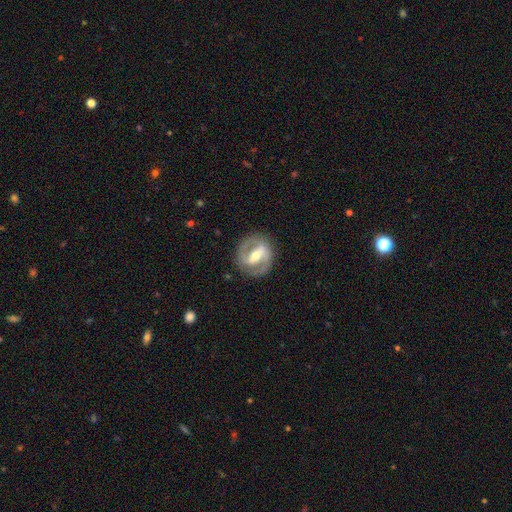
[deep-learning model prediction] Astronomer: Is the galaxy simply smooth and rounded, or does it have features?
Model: featured or disk — 84%.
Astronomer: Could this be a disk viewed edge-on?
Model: no — 96%.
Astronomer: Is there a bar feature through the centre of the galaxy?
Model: strong — 62%.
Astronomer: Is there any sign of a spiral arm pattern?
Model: yes — 85%.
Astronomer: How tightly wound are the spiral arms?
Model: medium — 48% (runner-up: tight, 39%).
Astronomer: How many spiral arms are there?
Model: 2 — 88%.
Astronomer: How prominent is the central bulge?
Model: moderate — 63%.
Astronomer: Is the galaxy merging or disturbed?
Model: none — 85%.